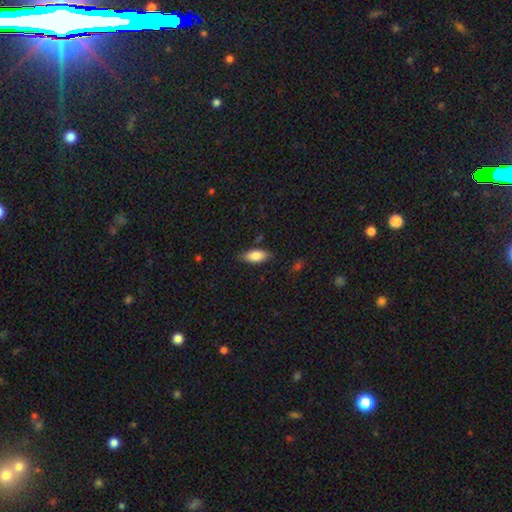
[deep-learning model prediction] A smooth galaxy with no disk features (81%) that is in between round and cigar-shaped (87%).

Vote fractions:
- Smooth or featured? smooth: 81% / featured or disk: 12% / star or artifact: 7%
- How rounded? in between: 87% / cigar-shaped: 10% / round: 2%
- Merging? none: 80% / minor disturbance: 15% / major disturbance: 3% / merger: 2%